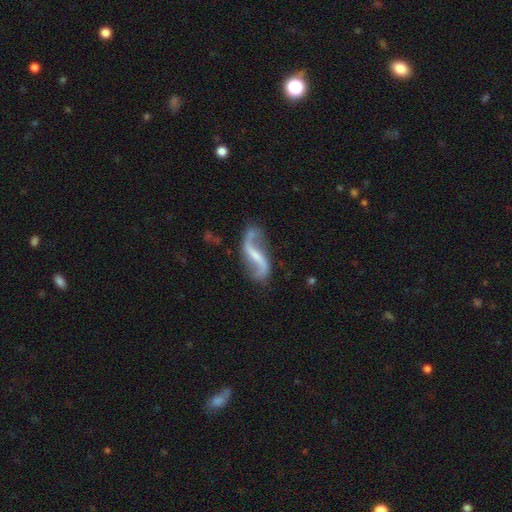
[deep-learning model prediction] Smooth or featured?
  - featured or disk: 89% *
  - smooth: 6%
  - star or artifact: 5%
Edge-on disk?
  - no: 96% *
  - yes: 4%
Bar?
  - weak: 41% *
  - strong: 38%
  - no: 21%
Spiral arms?
  - yes: 96% *
  - no: 4%
Spiral winding?
  - loose: 86% *
  - medium: 11%
  - tight: 3%
Spiral arm count?
  - 2: 93% *
  - 1: 3%
  - can't tell: 2%
  - 3: 1%
  - 4: 1%
  - more than 4: 1%
Bulge size?
  - small: 44% *
  - none: 35%
  - moderate: 18%
  - large: 2%
  - dominant: 1%
Merging?
  - none: 73% *
  - minor disturbance: 15%
  - major disturbance: 8%
  - merger: 4%